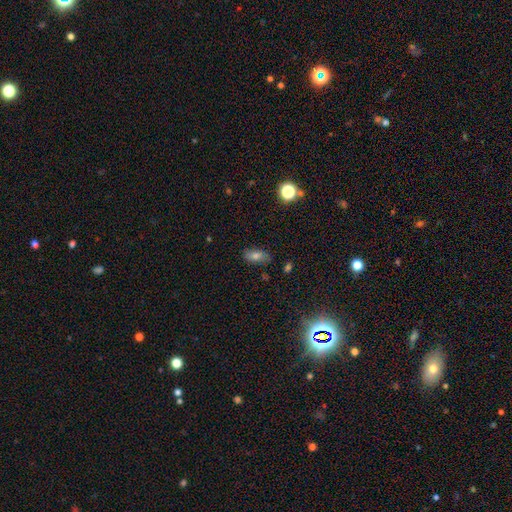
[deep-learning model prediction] Morphology: type=smooth (74%); roundness=in between (86%); merging=none (82%).